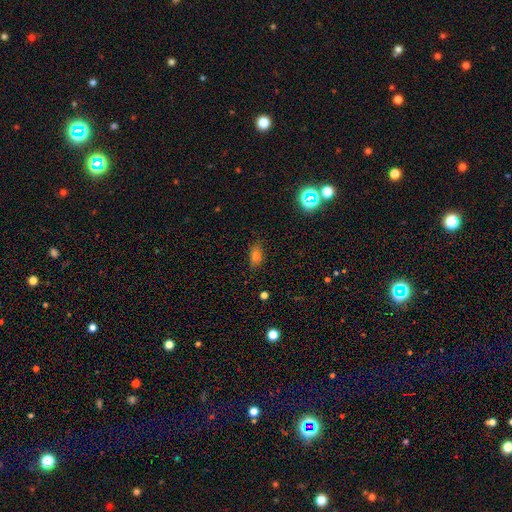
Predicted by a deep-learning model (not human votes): Smooth or featured: smooth — 69% (star or artifact — 20%)
How rounded: in between — 81% (round — 13%)
Merging: none — 83% (minor disturbance — 13%)